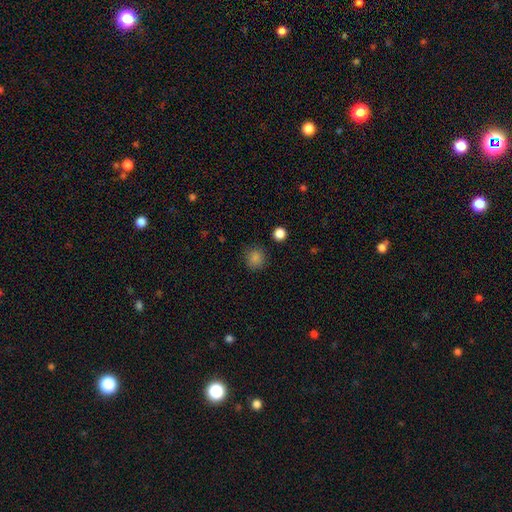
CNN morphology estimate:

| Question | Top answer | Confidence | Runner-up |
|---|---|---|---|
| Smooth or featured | smooth | 77% | star or artifact (18%) |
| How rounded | round | 91% | in between (8%) |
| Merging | none | 89% | minor disturbance (7%) |